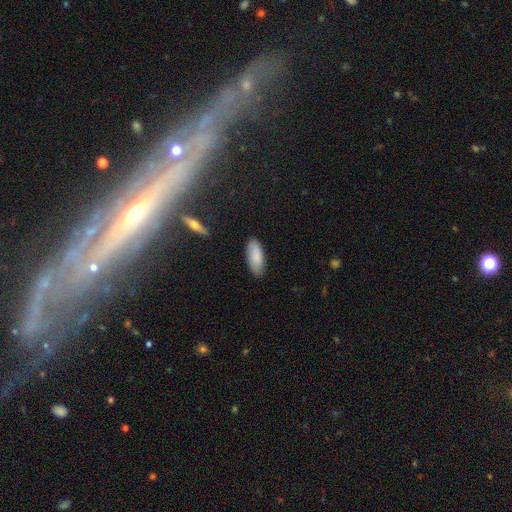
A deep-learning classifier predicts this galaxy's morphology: smooth_or_featured: smooth (p=0.87) [alt: featured or disk p=0.06]
how_rounded: in between (p=0.82) [alt: cigar-shaped p=0.17]
merging: none (p=0.85) [alt: minor disturbance p=0.12]